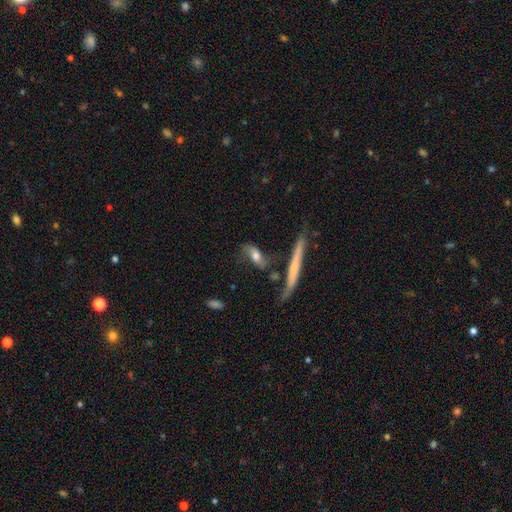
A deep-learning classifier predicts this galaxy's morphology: Q: Smooth or featured?
A: featured or disk (47%); runner-up: smooth (44%)
Q: Merging?
A: none (51%); runner-up: minor disturbance (23%)